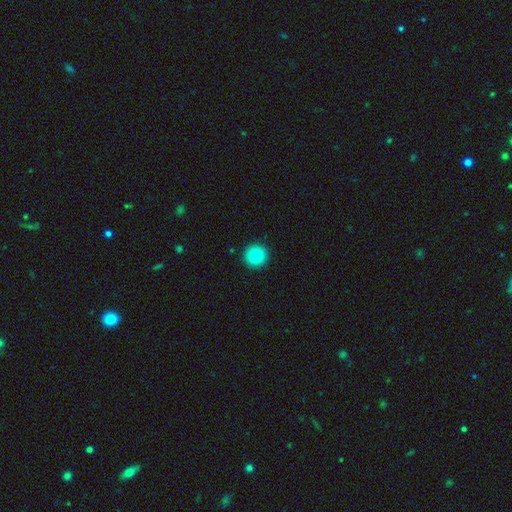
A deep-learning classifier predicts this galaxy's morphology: A smooth galaxy with no disk features (85%) that is round (95%).

Vote fractions:
- Smooth or featured? smooth: 85% / star or artifact: 9% / featured or disk: 5%
- How rounded? round: 95% / in between: 4% / cigar-shaped: 1%
- Merging? none: 93% / minor disturbance: 5% / major disturbance: 2% / merger: 1%